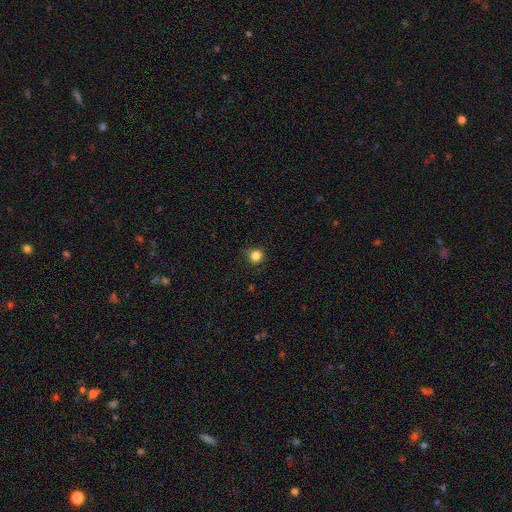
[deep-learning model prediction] Overall: smooth (84%). How rounded: round (91%). Merging: none (86%).